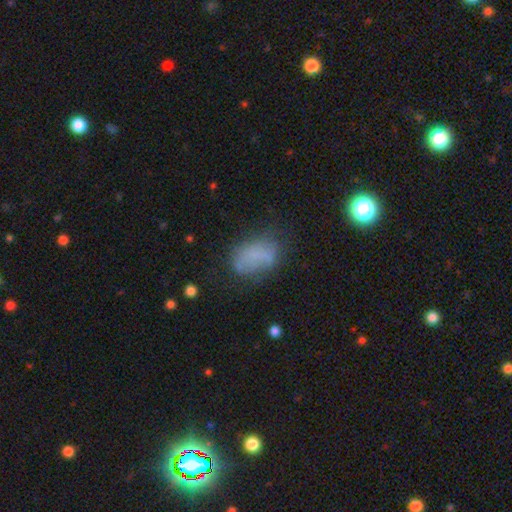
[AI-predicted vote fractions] smooth 67%, featured or disk 20%, star or artifact 13%. Down the decision tree: how rounded — in between (85%); merging — none (48%).